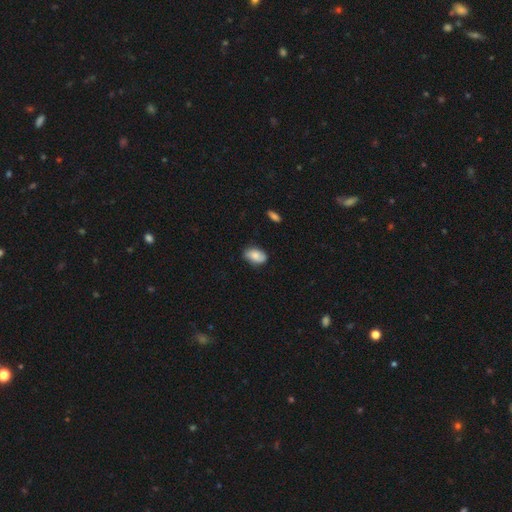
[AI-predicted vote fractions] This is likely a smooth galaxy (78%). How rounded: clearly in between (91%). Merging: likely none (77%).